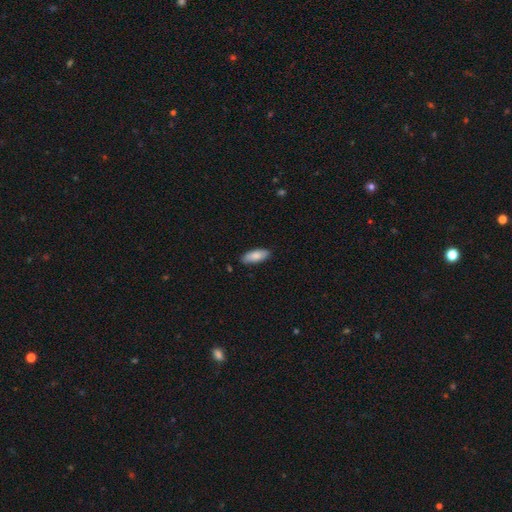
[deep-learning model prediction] Smooth or featured? smooth (84%)
How rounded? in between (75%)
Merging? none (86%)